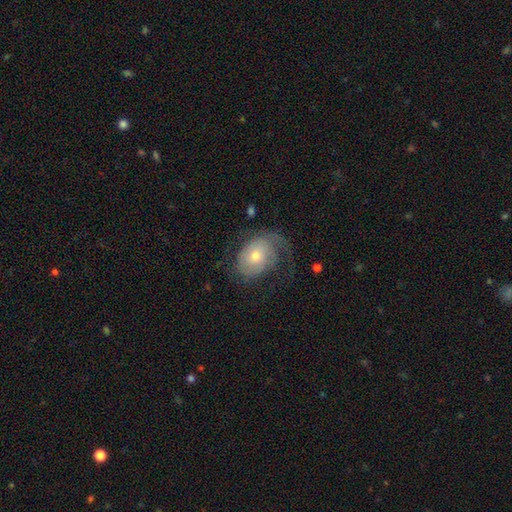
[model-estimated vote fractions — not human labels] A featured or disk galaxy (63%) with no bar (76%), 1 (38%) tight (36%) spiral arms (84%) and a moderate central bulge (52%).

Vote fractions:
- Smooth or featured? featured or disk: 63% / smooth: 29% / star or artifact: 8%
- Edge-on disk? no: 96% / yes: 4%
- Bar? no: 76% / weak: 20% / strong: 4%
- Spiral arms? yes: 84% / no: 16%
- Spiral winding? tight: 36% / medium: 34% / loose: 30%
- Spiral arm count? 1: 38% / 2: 35% / can't tell: 19% / 3: 4% / 4: 2% / more than 4: 2%
- Bulge size? moderate: 52% / small: 41% / large: 4% / none: 2% / dominant: 1%
- Merging? none: 50% / major disturbance: 27% / minor disturbance: 22% / merger: 2%